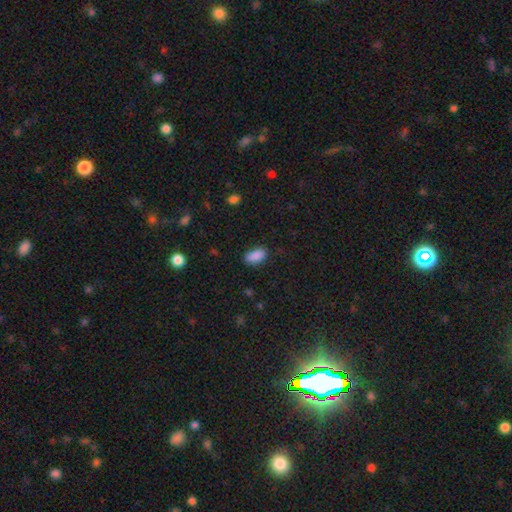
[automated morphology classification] The model was most divided on "merging": none: 82%, minor disturbance: 14%, major disturbance: 3%, merger: 1%. More confident: how rounded — in between (92%); smooth or featured — smooth (88%).